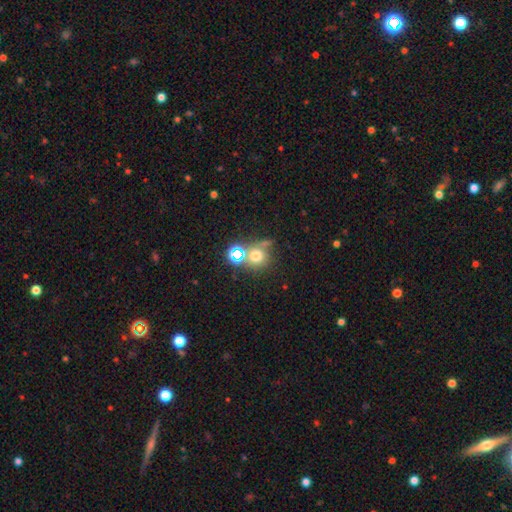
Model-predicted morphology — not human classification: Q: Smooth or featured?
A: smooth (63%); runner-up: star or artifact (25%)
Q: How rounded?
A: round (85%); runner-up: in between (14%)
Q: Merging?
A: none (58%); runner-up: merger (22%)